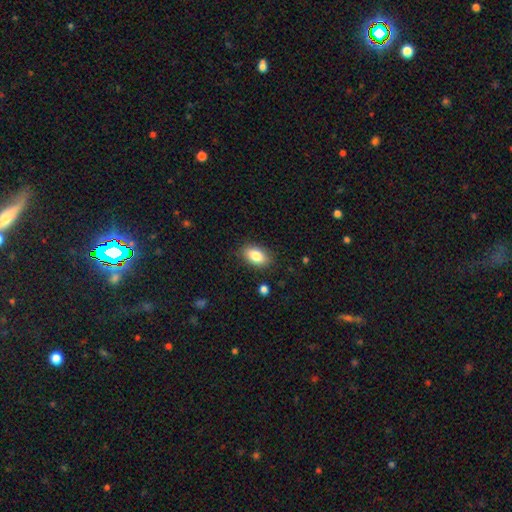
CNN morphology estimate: This appears to be a smooth galaxy with no disk features (85%) that is in between round and cigar-shaped (90%). Merging: none (86%).